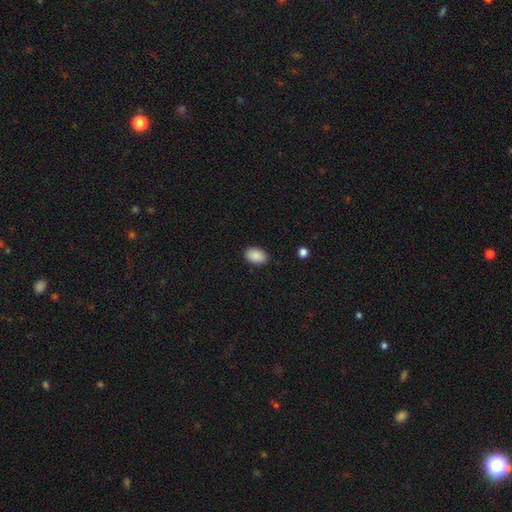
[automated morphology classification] Smooth or featured? smooth (90%)
How rounded? in between (89%)
Merging? none (89%)